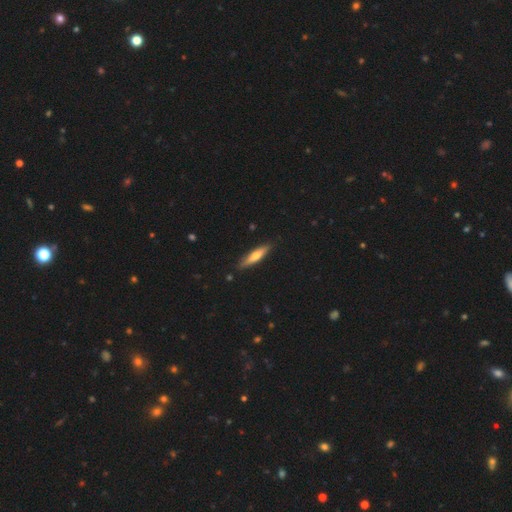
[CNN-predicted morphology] Smooth or featured? Predicted: smooth (p=0.56). How rounded? Predicted: cigar-shaped (p=0.82). Merging? Predicted: none (p=0.87).